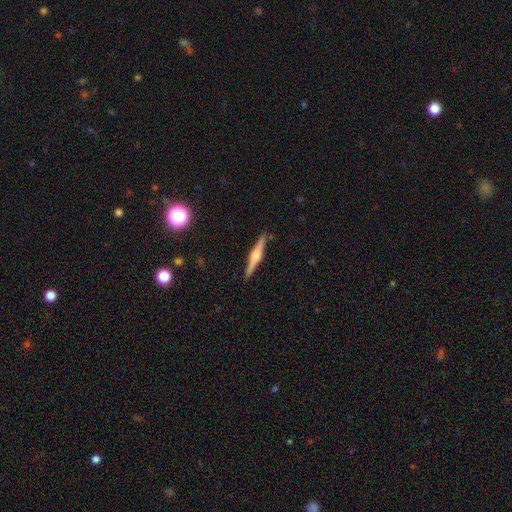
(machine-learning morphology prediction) Smooth or featured: featured or disk — 70% (smooth — 23%)
Edge-on disk: yes — 98% (no — 2%)
Edge-on bulge: rounded — 84% (boxy — 11%)
Merging: none — 91% (minor disturbance — 7%)